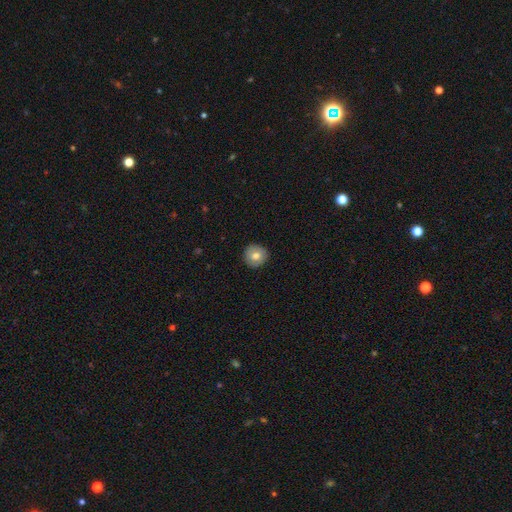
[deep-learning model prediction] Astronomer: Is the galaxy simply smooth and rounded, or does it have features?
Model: smooth — 72%.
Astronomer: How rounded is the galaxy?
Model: round — 92%.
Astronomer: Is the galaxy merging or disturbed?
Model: none — 89%.